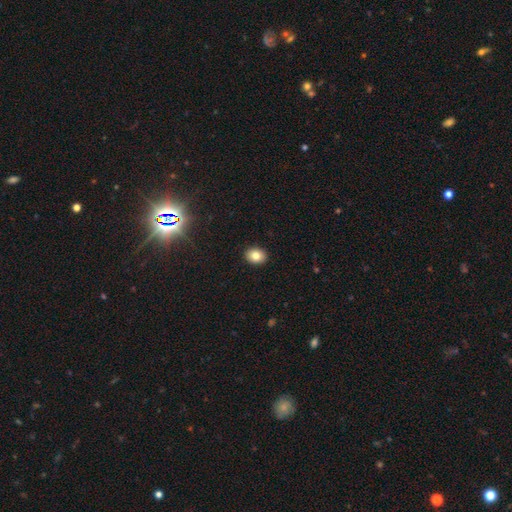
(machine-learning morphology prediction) A smooth galaxy with no disk features (81%) that is in between round and cigar-shaped (57%). Merging: none (91%).